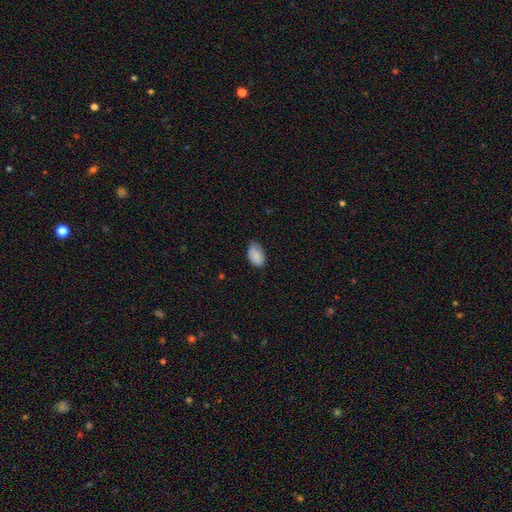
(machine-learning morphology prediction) Smooth or featured? Predicted: smooth (p=0.85). How rounded? Predicted: in between (p=0.92). Merging? Predicted: none (p=0.64).